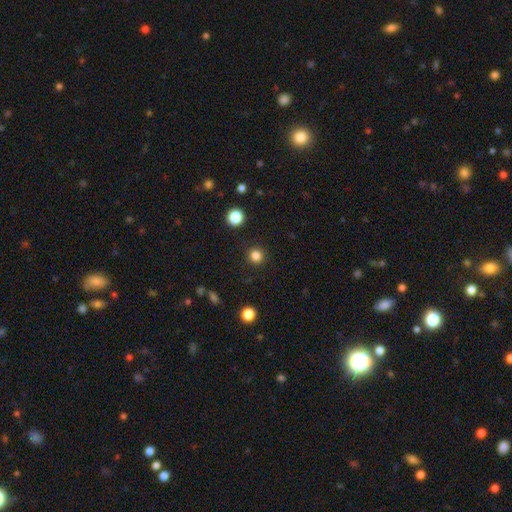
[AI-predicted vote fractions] Smooth or featured? smooth (82%)
How rounded? round (94%)
Merging? none (91%)